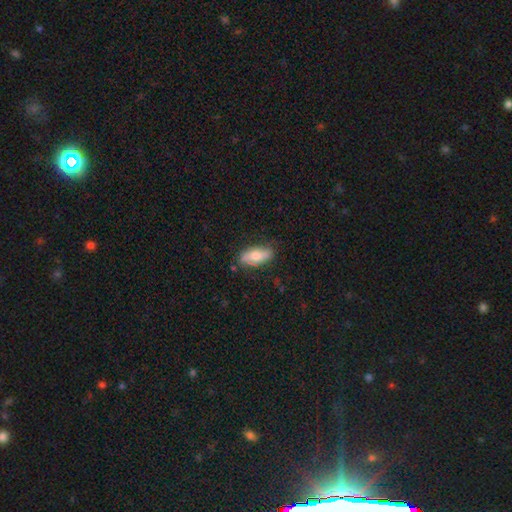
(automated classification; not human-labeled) Morphology: type=smooth (66%); roundness=in between (83%); merging=none (76%).